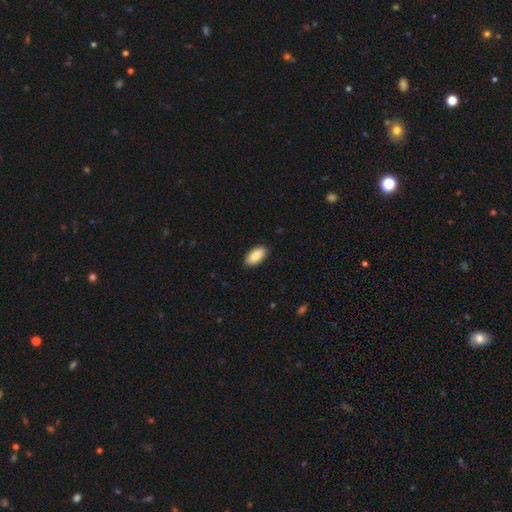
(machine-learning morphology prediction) This is clearly a smooth galaxy (87%). How rounded: clearly in between (94%). Merging: clearly none (89%).